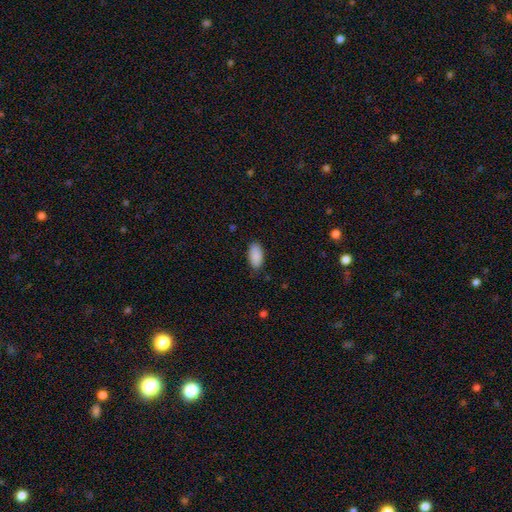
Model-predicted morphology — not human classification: Smooth or featured? smooth (90%)
How rounded? in between (94%)
Merging? none (84%)